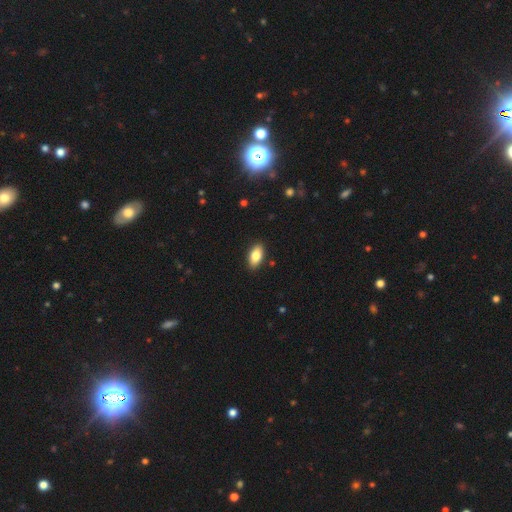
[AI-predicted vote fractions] Q: Smooth or featured?
A: smooth (83%); runner-up: featured or disk (10%)
Q: How rounded?
A: in between (91%); runner-up: cigar-shaped (5%)
Q: Merging?
A: none (89%); runner-up: minor disturbance (8%)